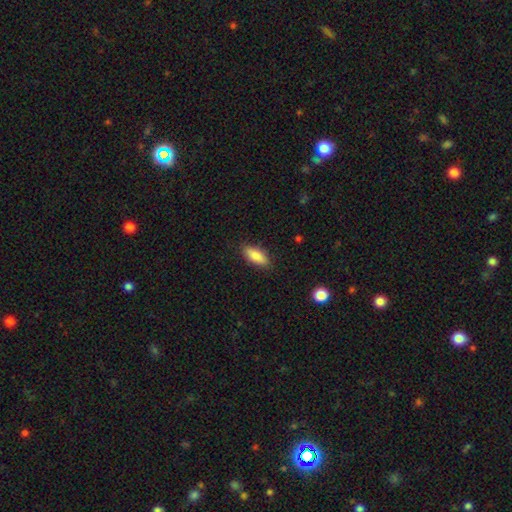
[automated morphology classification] Smooth or featured: smooth — 85% (featured or disk — 8%)
How rounded: in between — 78% (cigar-shaped — 19%)
Merging: none — 85% (minor disturbance — 11%)